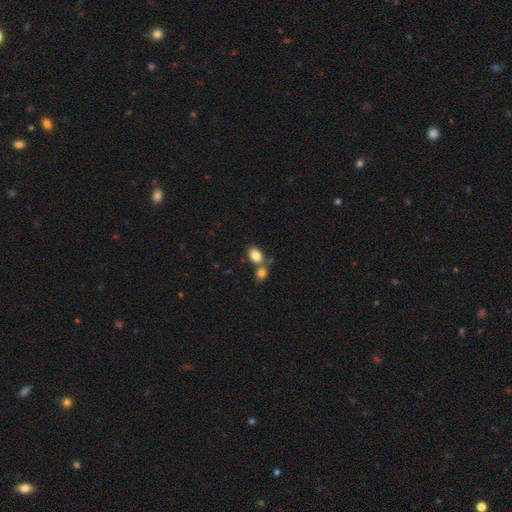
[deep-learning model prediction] smooth_or_featured: smooth (p=0.83) [alt: star or artifact p=0.09]
how_rounded: in between (p=0.75) [alt: round p=0.24]
merging: none (p=0.45) [alt: merger p=0.41]